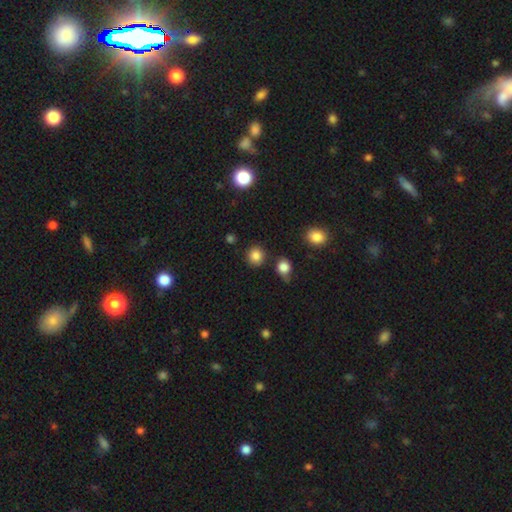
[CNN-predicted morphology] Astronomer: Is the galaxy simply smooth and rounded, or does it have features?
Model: smooth — 84%.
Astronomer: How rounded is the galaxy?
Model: round — 87%.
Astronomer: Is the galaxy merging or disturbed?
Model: none — 84%.